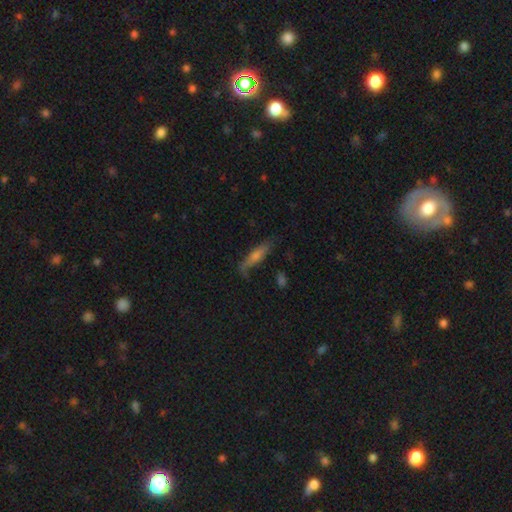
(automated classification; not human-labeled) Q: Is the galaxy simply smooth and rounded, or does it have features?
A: smooth — 48%.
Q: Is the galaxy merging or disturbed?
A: none — 70%.